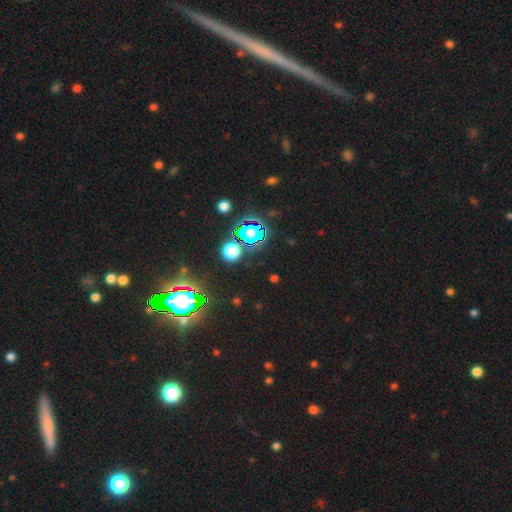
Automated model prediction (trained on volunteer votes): Morphology: type=star or artifact (73%).